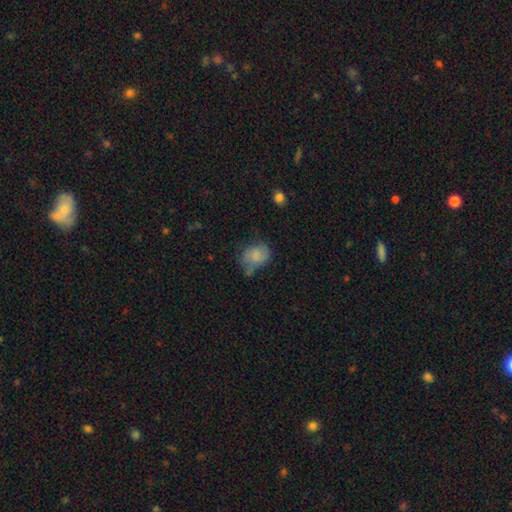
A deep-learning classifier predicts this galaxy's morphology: A smooth galaxy with no disk features (77%) that is in between round and cigar-shaped (54%).

Vote fractions:
- Smooth or featured? smooth: 77% / featured or disk: 15% / star or artifact: 9%
- How rounded? in between: 54% / round: 45% / cigar-shaped: 1%
- Merging? none: 42% / minor disturbance: 34% / major disturbance: 16% / merger: 8%